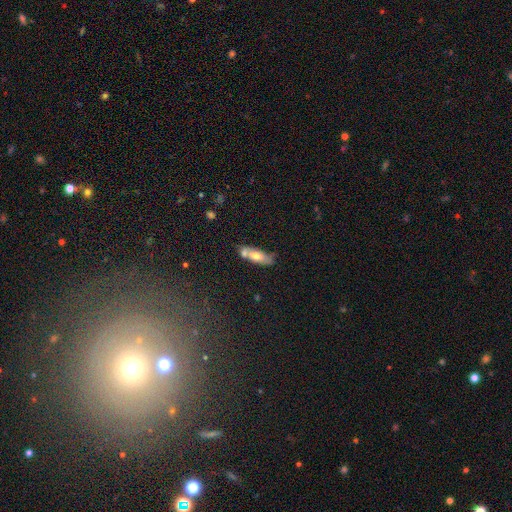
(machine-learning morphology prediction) The model was most divided on "merging": none: 49%, merger: 29%, minor disturbance: 16%, major disturbance: 5%. More confident: how rounded — in between (65%); smooth or featured — smooth (57%).